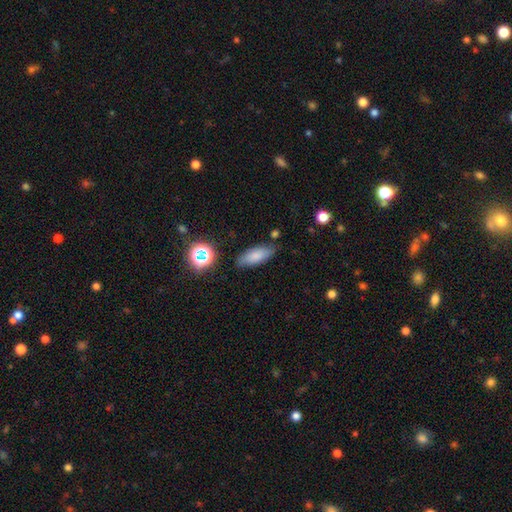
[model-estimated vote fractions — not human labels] smooth-or-featured: smooth: 79% | featured or disk: 12% | star or artifact: 10%
  how-rounded: in between: 74% | cigar-shaped: 23% | round: 3%
  merging: none: 78% | minor disturbance: 15% | merger: 3% | major disturbance: 3%